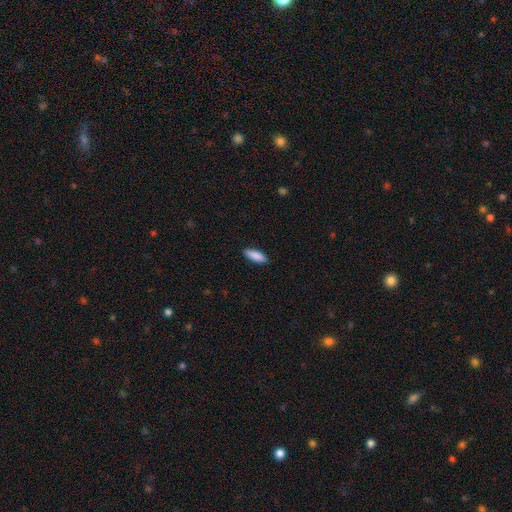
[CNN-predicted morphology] A smooth galaxy with no disk features (89%) that is in between round and cigar-shaped (60%).

Vote fractions:
- Smooth or featured? smooth: 89% / featured or disk: 6% / star or artifact: 6%
- How rounded? in between: 60% / cigar-shaped: 38% / round: 2%
- Merging? none: 89% / minor disturbance: 8% / major disturbance: 2% / merger: 1%